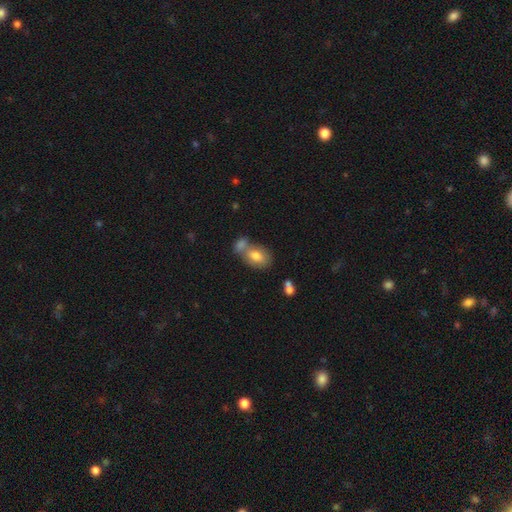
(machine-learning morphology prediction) Smooth or featured: smooth — 77% (featured or disk — 15%)
How rounded: in between — 83% (round — 15%)
Merging: merger — 42% (none — 41%)